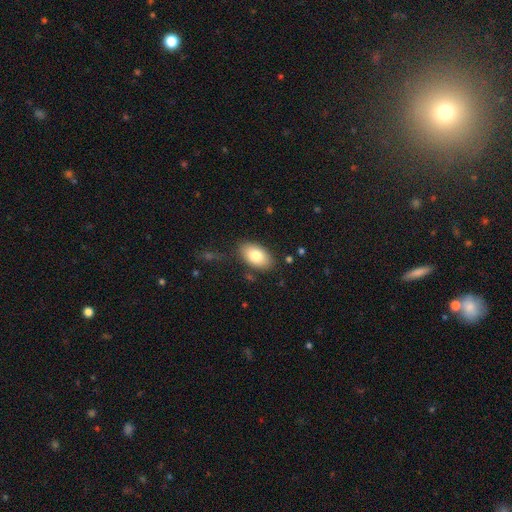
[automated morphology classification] Smooth or featured? Predicted: smooth (p=0.80). How rounded? Predicted: in between (p=0.92). Merging? Predicted: none (p=0.82).